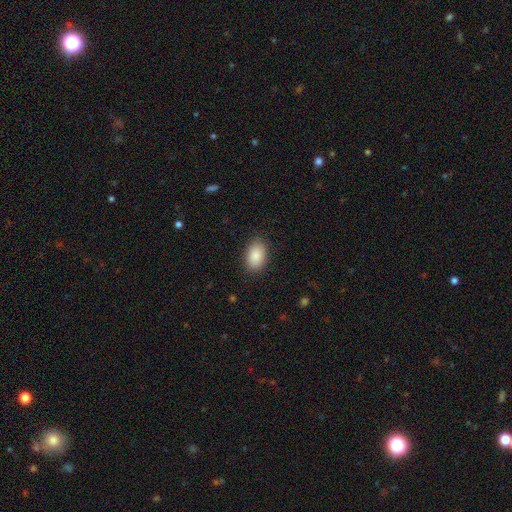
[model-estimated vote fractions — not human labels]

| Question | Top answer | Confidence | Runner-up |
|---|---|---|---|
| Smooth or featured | smooth | 89% | star or artifact (7%) |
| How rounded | in between | 91% | round (7%) |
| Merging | none | 88% | minor disturbance (9%) |